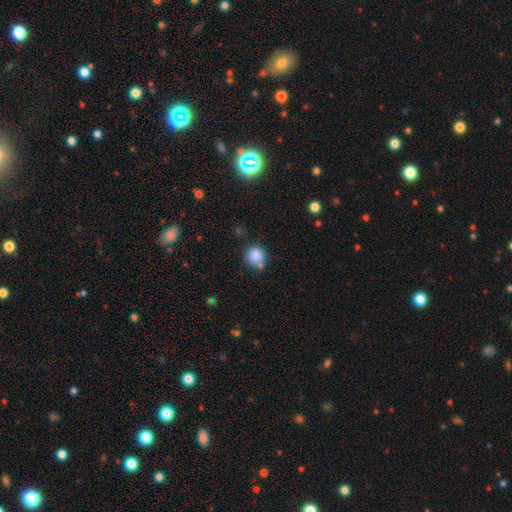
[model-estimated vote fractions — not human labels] Overall: smooth (85%). How rounded: round (90%). Merging: none (68%).